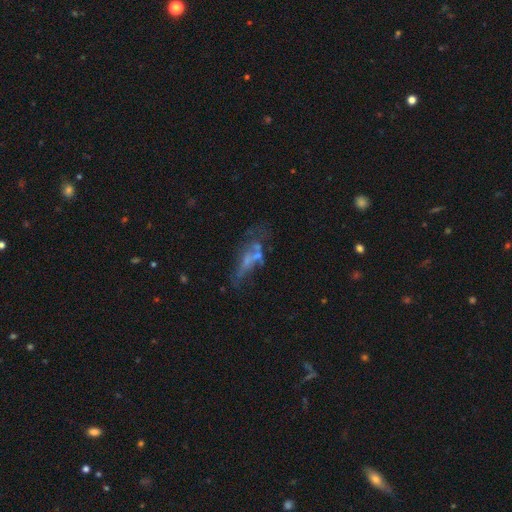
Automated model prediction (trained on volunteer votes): smooth_or_featured: featured or disk (p=0.47) [alt: smooth p=0.28]
merging: none (p=0.41) [alt: major disturbance p=0.25]